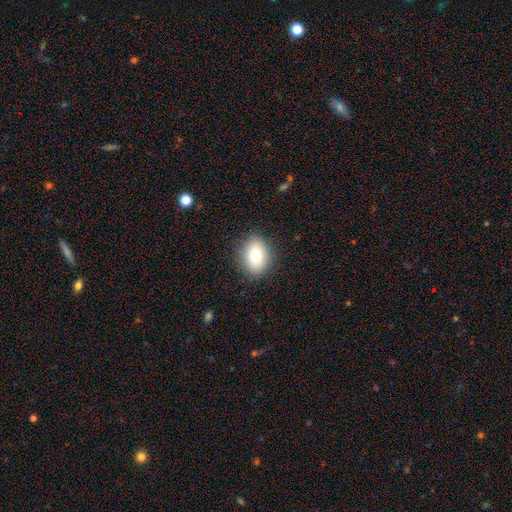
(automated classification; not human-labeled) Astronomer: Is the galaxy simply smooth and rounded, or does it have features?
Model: smooth — 80%.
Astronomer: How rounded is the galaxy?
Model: in between — 73%.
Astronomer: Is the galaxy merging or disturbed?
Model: none — 87%.